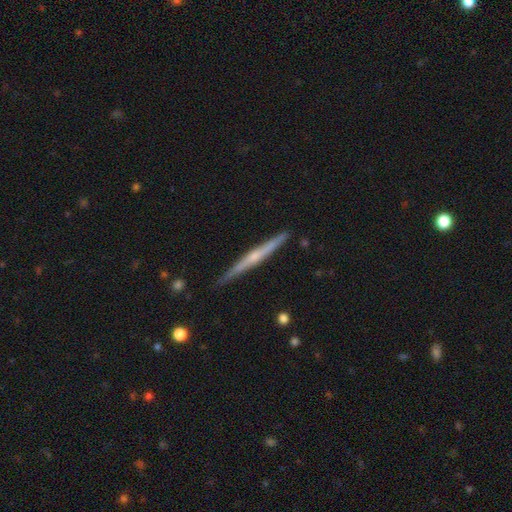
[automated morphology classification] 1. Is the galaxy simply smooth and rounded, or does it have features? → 69% featured or disk, 26% smooth, 6% star or artifact.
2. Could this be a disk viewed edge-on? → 98% yes, 2% no.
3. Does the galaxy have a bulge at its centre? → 50% rounded, 43% none, 7% boxy.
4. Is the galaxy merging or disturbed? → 87% none, 10% minor disturbance, 1% major disturbance, 1% merger.